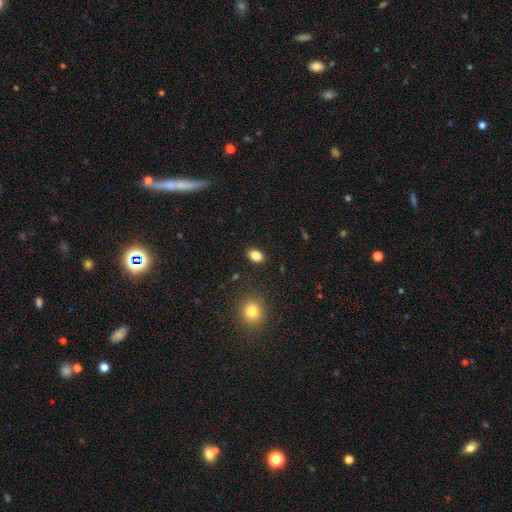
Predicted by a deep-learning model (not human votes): Q: Smooth or featured?
A: smooth (85%); runner-up: star or artifact (10%)
Q: How rounded?
A: in between (85%); runner-up: round (13%)
Q: Merging?
A: none (88%); runner-up: minor disturbance (8%)